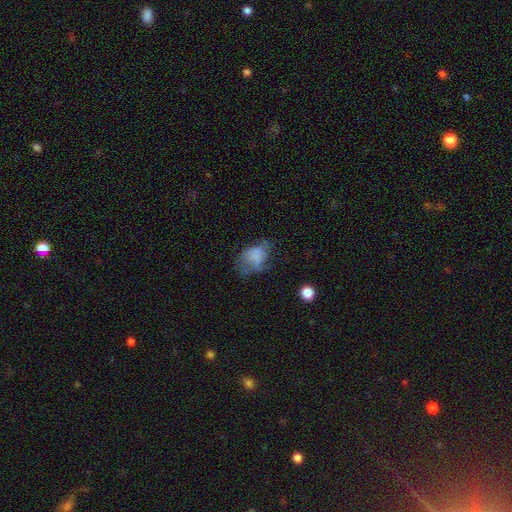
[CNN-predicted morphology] The model was most divided on "merging": major disturbance: 38%, none: 31%, minor disturbance: 28%, merger: 4%. More confident: how rounded — in between (76%); smooth or featured — smooth (58%).